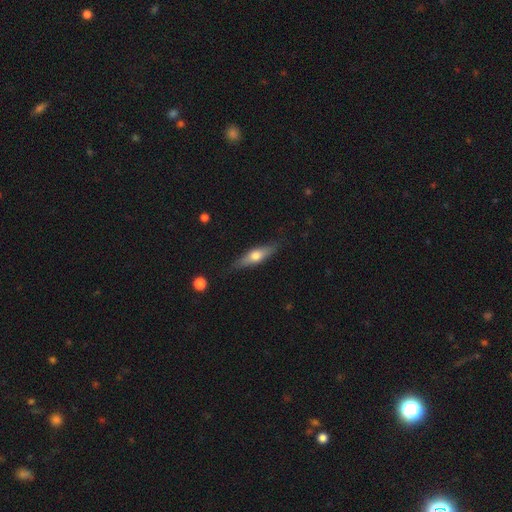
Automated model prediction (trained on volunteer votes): smooth-or-featured: smooth: 51% | featured or disk: 43% | star or artifact: 6%
  how-rounded: cigar-shaped: 63% | in between: 34% | round: 3%
  merging: none: 82% | minor disturbance: 14% | major disturbance: 3% | merger: 1%